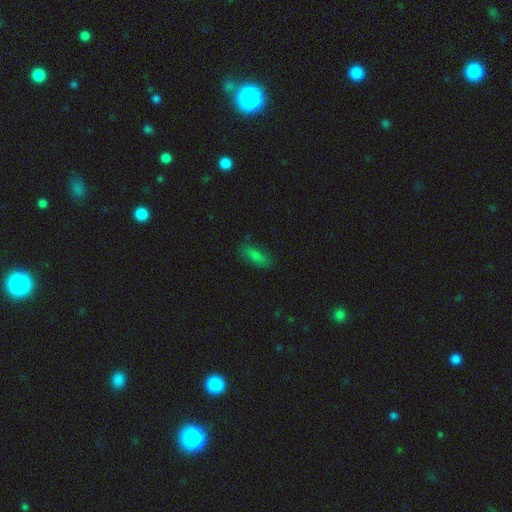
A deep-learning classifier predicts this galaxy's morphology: This is likely a smooth galaxy (78%). How rounded: likely in between (74%). Merging: likely none (75%).